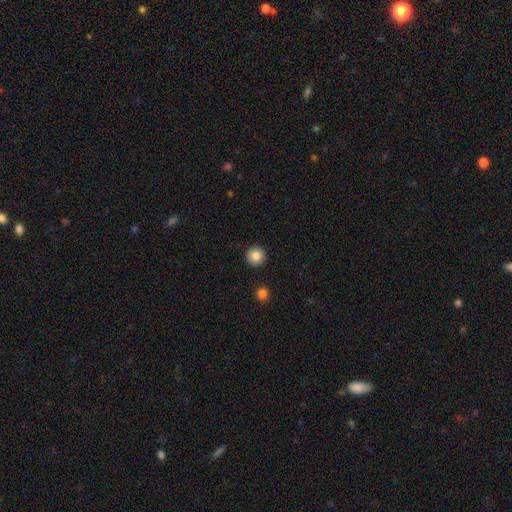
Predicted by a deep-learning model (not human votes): smooth_or_featured: smooth (p=0.85) [alt: star or artifact p=0.09]
how_rounded: round (p=0.95) [alt: in between p=0.04]
merging: none (p=0.92) [alt: minor disturbance p=0.05]